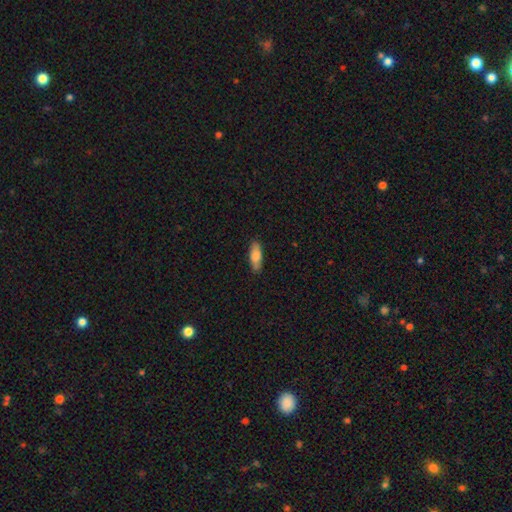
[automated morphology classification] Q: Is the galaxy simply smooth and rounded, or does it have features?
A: smooth — 79%.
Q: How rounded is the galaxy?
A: in between — 65%.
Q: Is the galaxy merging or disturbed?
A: none — 87%.